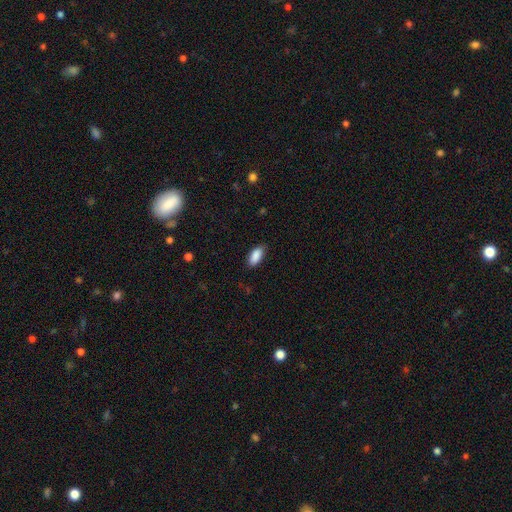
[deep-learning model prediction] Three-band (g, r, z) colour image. It shows a smooth galaxy with no disk features (89%) that is in between round and cigar-shaped (88%). Merging: none (80%).